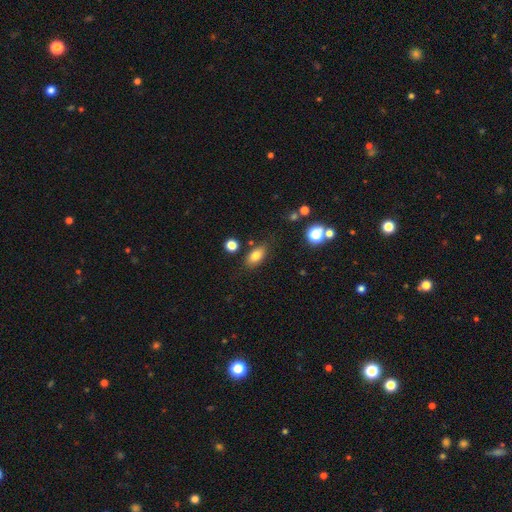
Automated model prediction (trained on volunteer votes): A smooth galaxy with no disk features (79%) that is in between round and cigar-shaped (85%).

Vote fractions:
- Smooth or featured? smooth: 79% / featured or disk: 11% / star or artifact: 10%
- How rounded? in between: 85% / round: 9% / cigar-shaped: 6%
- Merging? none: 79% / minor disturbance: 13% / merger: 4% / major disturbance: 3%